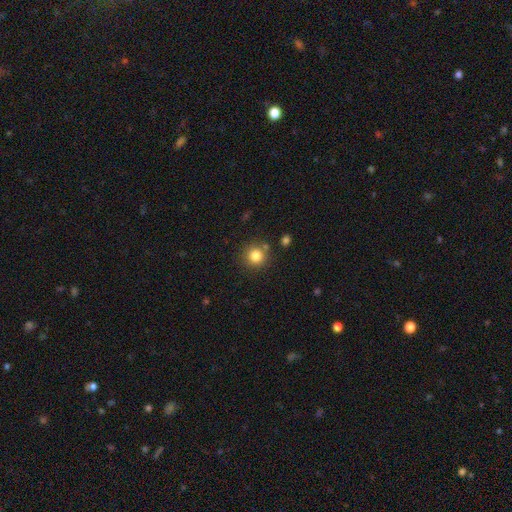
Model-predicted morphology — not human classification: Overall: smooth (82%). How rounded: round (92%). Merging: none (80%).